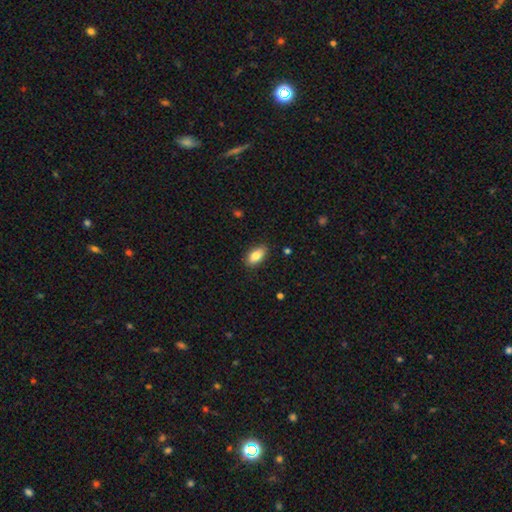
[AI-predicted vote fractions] smooth 84%, featured or disk 9%, star or artifact 7%. Down the decision tree: how rounded — in between (91%); merging — none (86%).